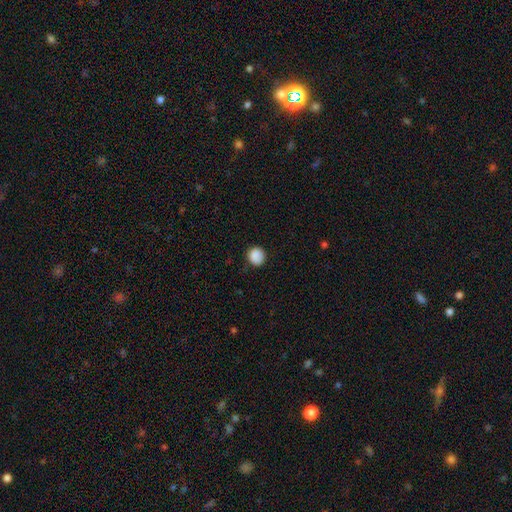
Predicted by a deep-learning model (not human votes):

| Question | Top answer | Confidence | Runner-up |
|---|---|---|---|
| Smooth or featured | smooth | 88% | star or artifact (8%) |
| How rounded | round | 88% | in between (11%) |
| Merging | none | 84% | minor disturbance (12%) |